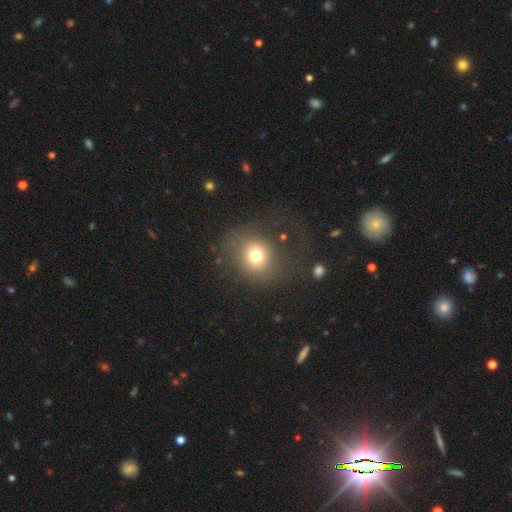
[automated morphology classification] Smooth or featured? smooth (73%)
How rounded? round (80%)
Merging? none (59%)